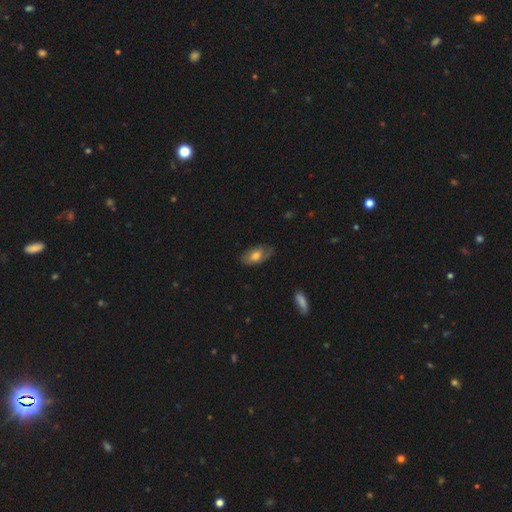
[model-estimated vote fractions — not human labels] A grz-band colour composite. It shows a smooth galaxy with no disk features (61%) that is in between round and cigar-shaped (91%). Merging: none (61%).